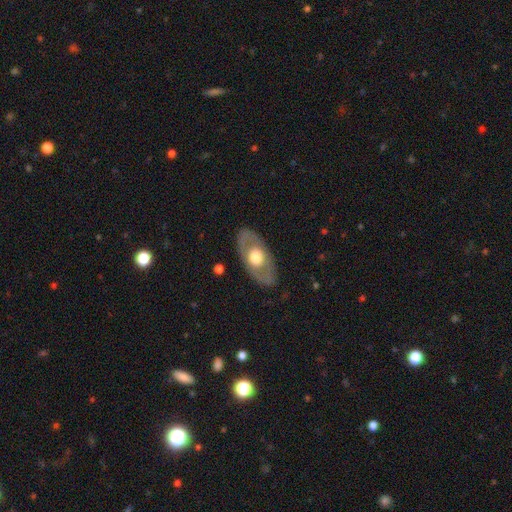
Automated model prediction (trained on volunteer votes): Smooth or featured?
  - featured or disk: 54% *
  - smooth: 42%
  - star or artifact: 5%
Edge-on disk?
  - no: 83% *
  - yes: 17%
Merging?
  - none: 83% *
  - minor disturbance: 11%
  - major disturbance: 4%
  - merger: 1%